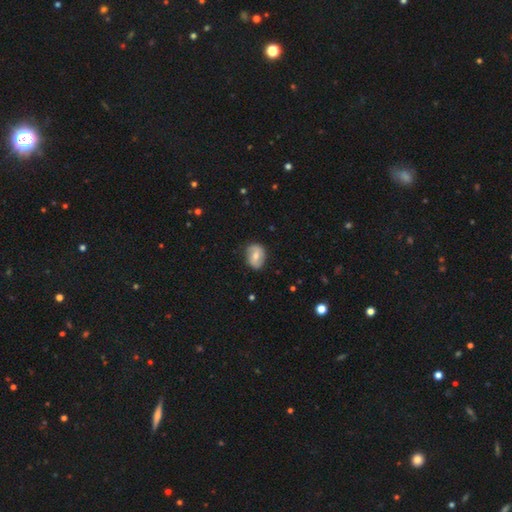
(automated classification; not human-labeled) The model was most divided on "smooth or featured": smooth: 52%, featured or disk: 41%, star or artifact: 7%. More confident: merging — none (76%); how rounded — in between (63%).